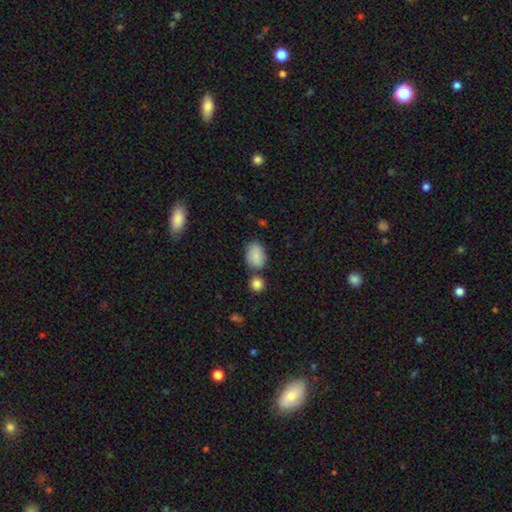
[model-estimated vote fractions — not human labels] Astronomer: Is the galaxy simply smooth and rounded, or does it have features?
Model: smooth — 83%.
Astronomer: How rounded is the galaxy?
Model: in between — 79%.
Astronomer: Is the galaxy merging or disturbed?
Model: none — 61%.